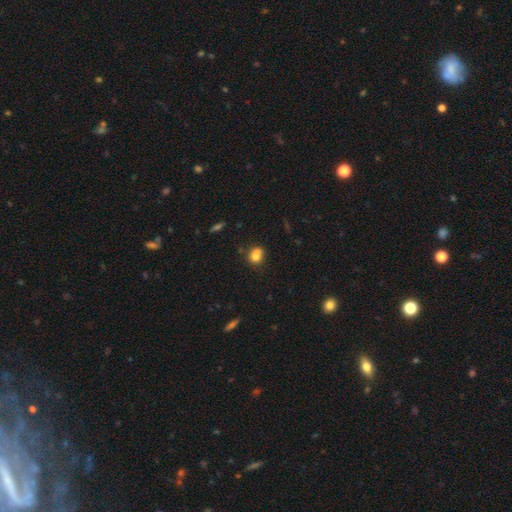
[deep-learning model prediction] smooth 77%, star or artifact 12%, featured or disk 12%. Down the decision tree: how rounded — round (67%); merging — none (52%).